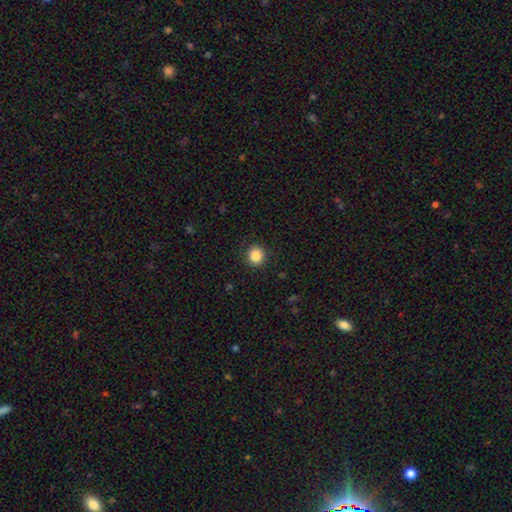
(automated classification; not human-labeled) A smooth galaxy with no disk features (86%) that is round (91%).

Vote fractions:
- Smooth or featured? smooth: 86% / star or artifact: 10% / featured or disk: 4%
- How rounded? round: 91% / in between: 8% / cigar-shaped: 1%
- Merging? none: 91% / minor disturbance: 6% / major disturbance: 2% / merger: 1%